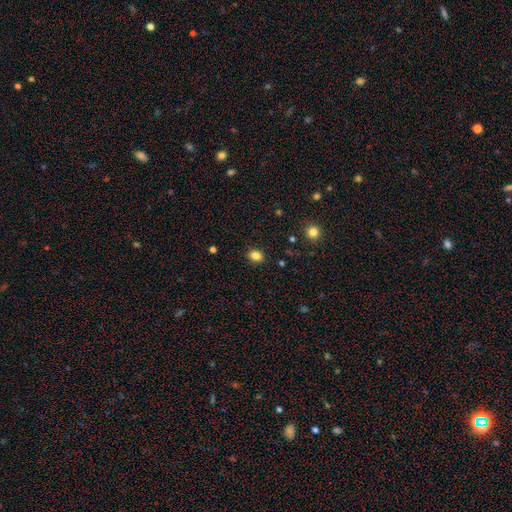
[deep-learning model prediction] Q: Smooth or featured?
A: smooth (83%); runner-up: star or artifact (12%)
Q: How rounded?
A: in between (52%); runner-up: round (47%)
Q: Merging?
A: none (88%); runner-up: minor disturbance (8%)